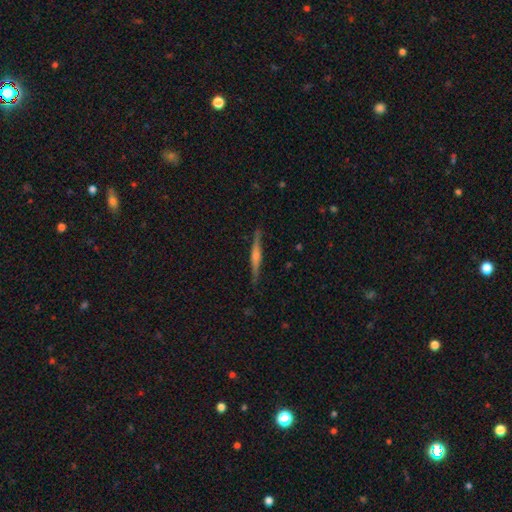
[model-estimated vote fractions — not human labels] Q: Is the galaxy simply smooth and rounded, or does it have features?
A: featured or disk — 71%.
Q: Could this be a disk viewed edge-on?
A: yes — 98%.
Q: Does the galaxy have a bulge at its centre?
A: rounded — 63%.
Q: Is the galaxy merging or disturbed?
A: none — 88%.